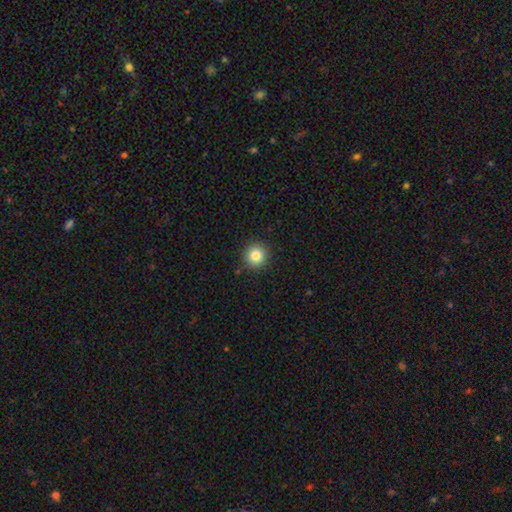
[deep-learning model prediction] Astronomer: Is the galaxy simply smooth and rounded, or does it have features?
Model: smooth — 83%.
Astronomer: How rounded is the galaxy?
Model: round — 93%.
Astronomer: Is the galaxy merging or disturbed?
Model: none — 91%.